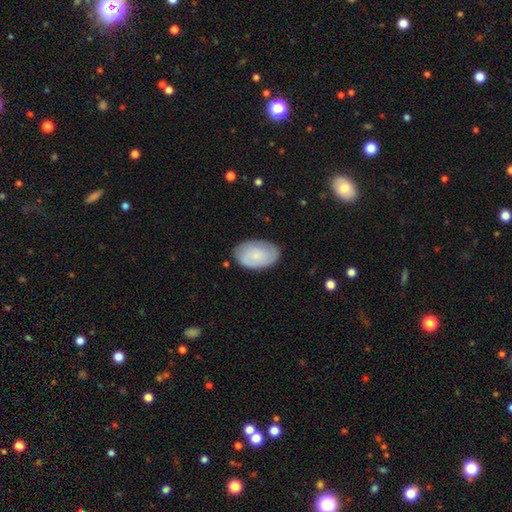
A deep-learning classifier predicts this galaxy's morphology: Smooth or featured? Predicted: smooth (p=0.67). How rounded? Predicted: in between (p=0.91). Merging? Predicted: none (p=0.81).